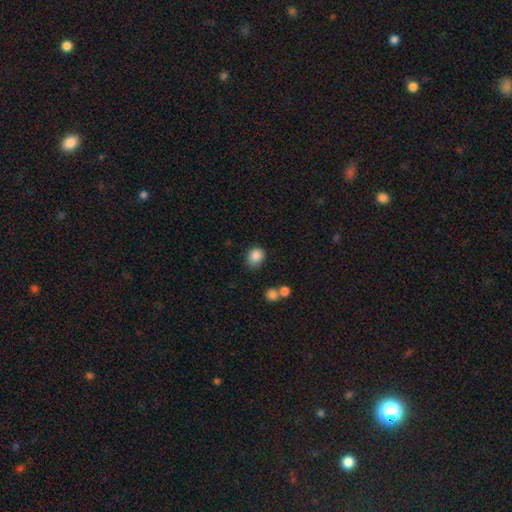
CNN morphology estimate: Overall: smooth (87%). How rounded: round (60%; in between 40%). Merging: none (72%).